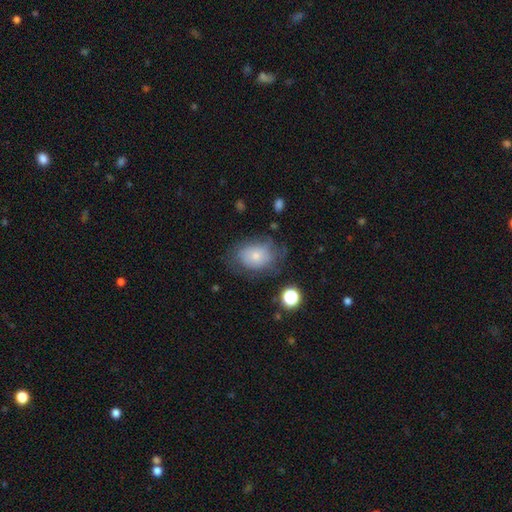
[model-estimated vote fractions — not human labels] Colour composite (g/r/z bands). It shows a smooth galaxy with no disk features (64%) that is in between round and cigar-shaped (68%). Merging: none (57%).